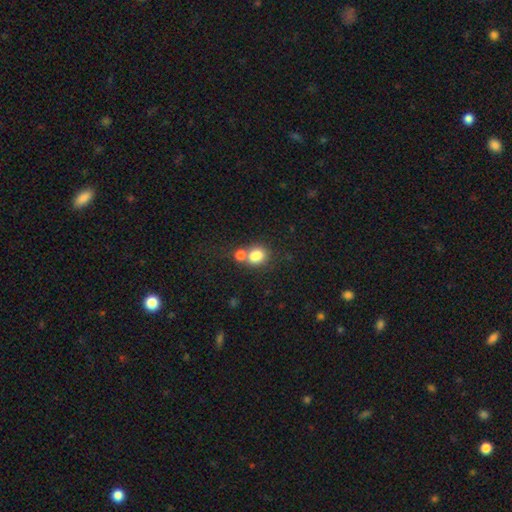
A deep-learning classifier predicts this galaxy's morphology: smooth-or-featured: smooth: 80% | star or artifact: 11% | featured or disk: 9%
  how-rounded: round: 55% | in between: 44% | cigar-shaped: 1%
  merging: merger: 46% | none: 39% | minor disturbance: 10% | major disturbance: 5%